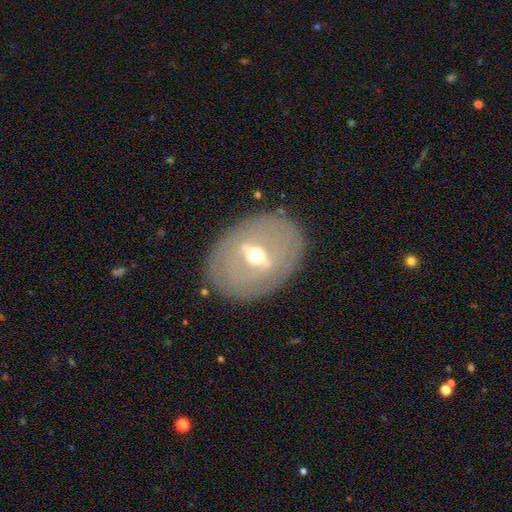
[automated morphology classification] Smooth or featured?
  - featured or disk: 73% *
  - smooth: 20%
  - star or artifact: 7%
Edge-on disk?
  - no: 78% *
  - yes: 22%
Bar?
  - strong: 59% *
  - weak: 31%
  - no: 10%
Spiral arms?
  - no: 82% *
  - yes: 18%
Bulge size?
  - moderate: 63% *
  - small: 30%
  - large: 5%
  - dominant: 1%
  - none: 1%
Merging?
  - none: 85% *
  - minor disturbance: 10%
  - major disturbance: 4%
  - merger: 1%